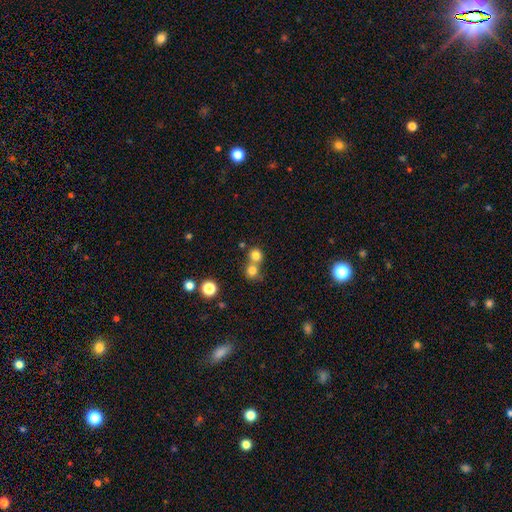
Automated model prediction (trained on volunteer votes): A smooth galaxy with no disk features (78%) that is round (88%).

Vote fractions:
- Smooth or featured? smooth: 78% / star or artifact: 14% / featured or disk: 8%
- How rounded? round: 88% / in between: 11% / cigar-shaped: 1%
- Merging? none: 48% / merger: 44% / minor disturbance: 5% / major disturbance: 2%